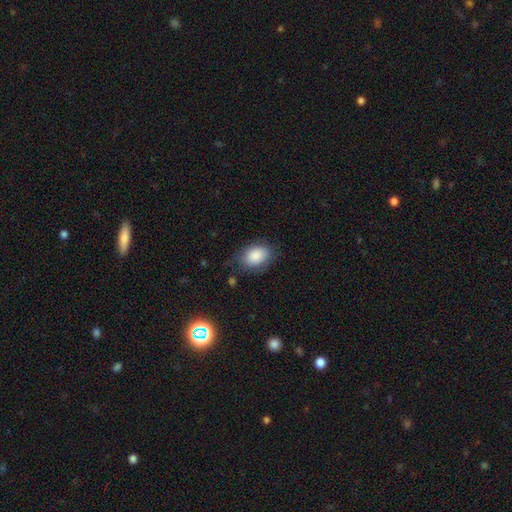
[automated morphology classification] smooth-or-featured: smooth: 86% | star or artifact: 7% | featured or disk: 7%
  how-rounded: in between: 81% | round: 18% | cigar-shaped: 1%
  merging: none: 72% | minor disturbance: 20% | major disturbance: 6% | merger: 2%